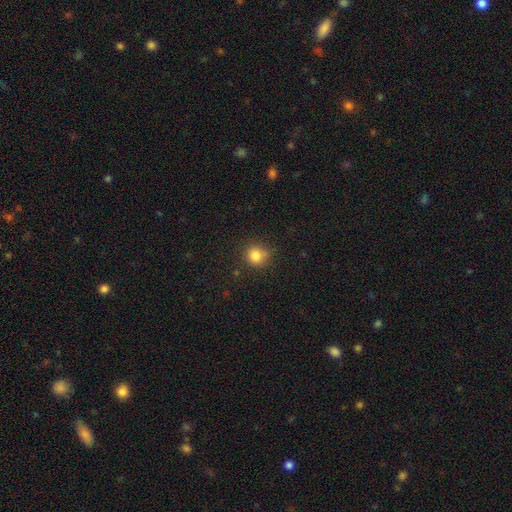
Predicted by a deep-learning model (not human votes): smooth 82%, star or artifact 12%, featured or disk 5%. Down the decision tree: how rounded — round (89%); merging — none (77%).